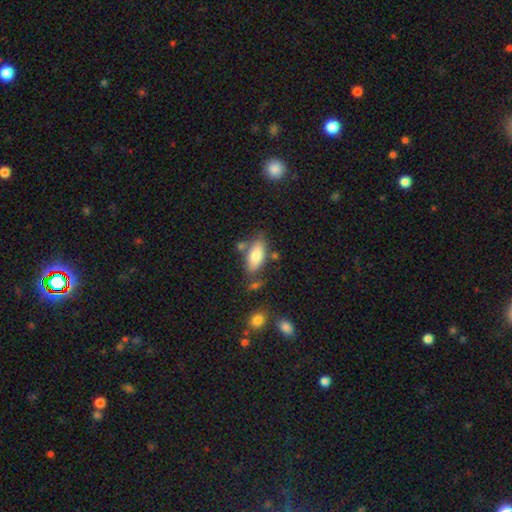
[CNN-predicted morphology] A smooth galaxy with no disk features (78%) that is in between round and cigar-shaped (83%).

Vote fractions:
- Smooth or featured? smooth: 78% / featured or disk: 15% / star or artifact: 7%
- How rounded? in between: 83% / cigar-shaped: 15% / round: 2%
- Merging? none: 69% / minor disturbance: 17% / merger: 10% / major disturbance: 4%